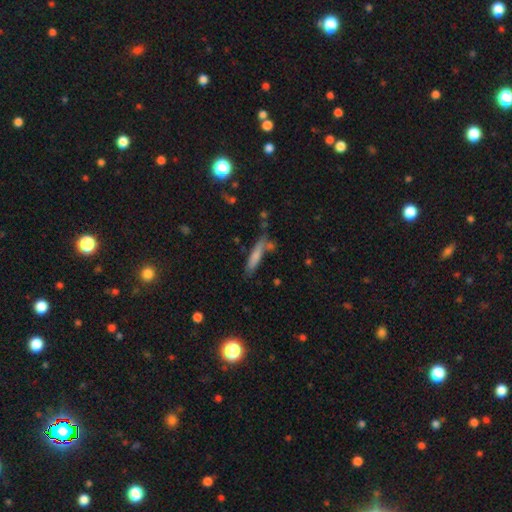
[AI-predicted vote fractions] Smooth or featured? Predicted: smooth (p=0.72). How rounded? Predicted: cigar-shaped (p=0.86). Merging? Predicted: none (p=0.67).